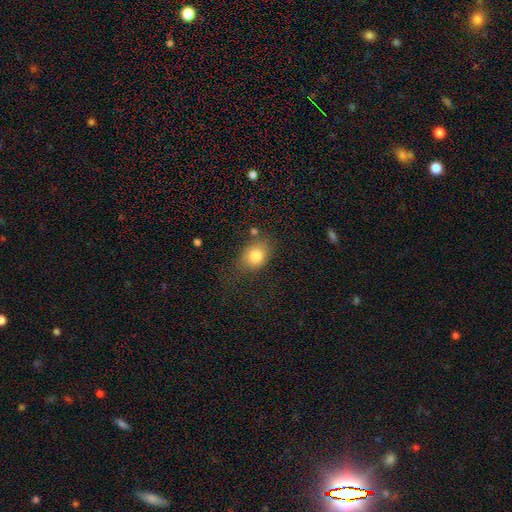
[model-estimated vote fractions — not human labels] The model was most divided on "how rounded": in between: 58%, round: 41%, cigar-shaped: 1%. More confident: smooth or featured — smooth (80%); merging — none (64%).